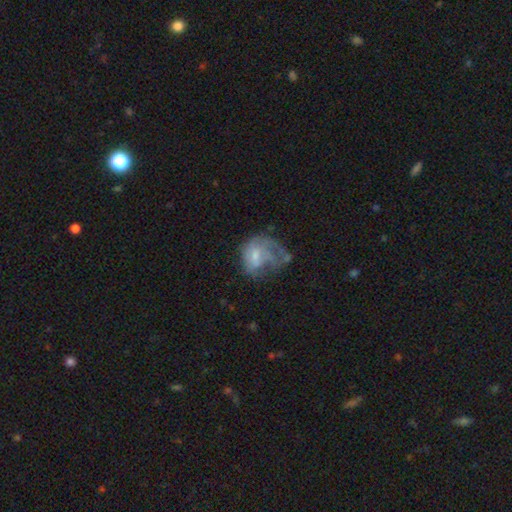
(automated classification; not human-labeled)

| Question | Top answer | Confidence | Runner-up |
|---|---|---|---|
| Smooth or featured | smooth | 46% | featured or disk (44%) |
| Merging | major disturbance | 48% | none (24%) |